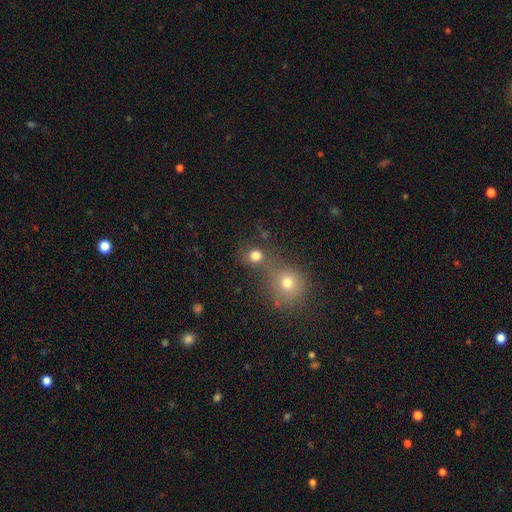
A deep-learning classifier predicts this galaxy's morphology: The model was most divided on "merging": none: 54%, merger: 34%, minor disturbance: 8%, major disturbance: 5%. More confident: how rounded — round (83%); smooth or featured — smooth (77%).